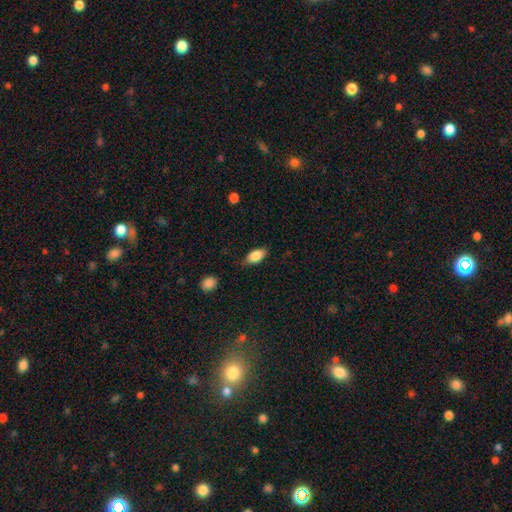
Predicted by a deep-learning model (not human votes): Overall: smooth (85%). How rounded: in between (90%). Merging: none (77%).